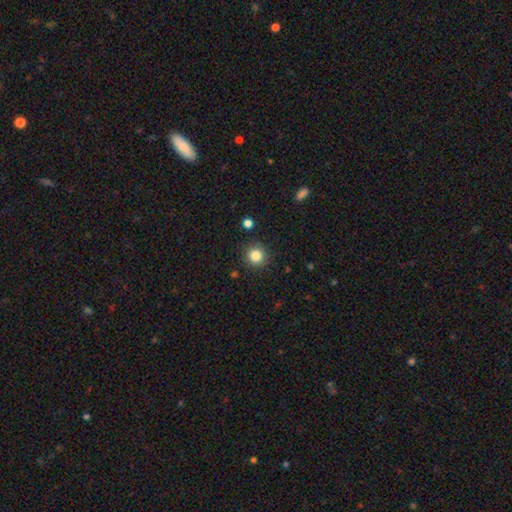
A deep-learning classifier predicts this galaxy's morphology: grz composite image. It shows a smooth galaxy with no disk features (84%) that is round (94%). Merging: none (90%).